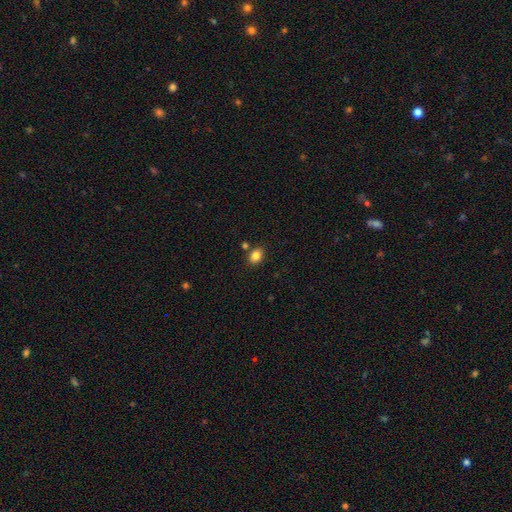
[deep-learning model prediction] The model was most divided on "how rounded": in between: 62%, round: 37%, cigar-shaped: 1%. More confident: smooth or featured — smooth (84%); merging — none (80%).